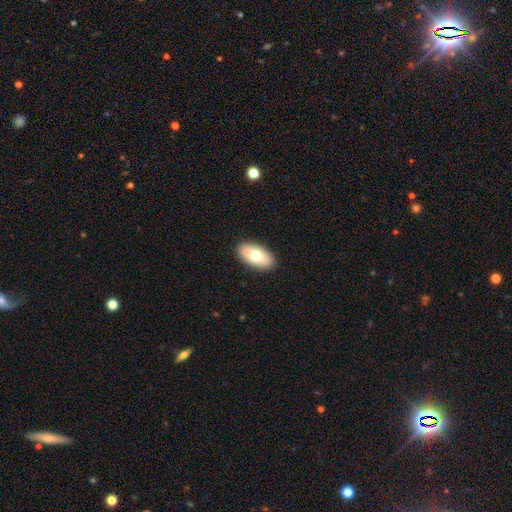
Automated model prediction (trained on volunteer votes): The model was most divided on "smooth or featured": smooth: 70%, featured or disk: 24%, star or artifact: 7%. More confident: how rounded — in between (93%); merging — none (87%).